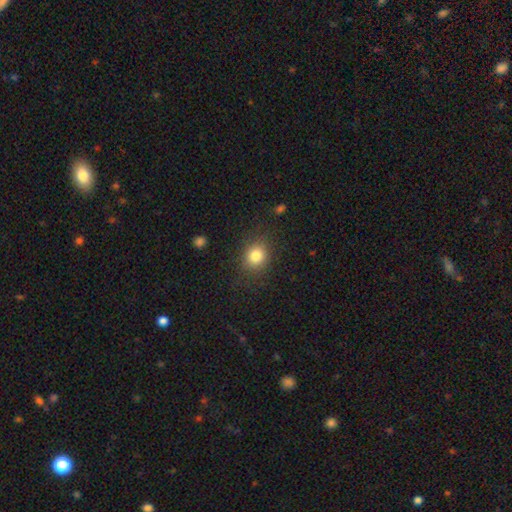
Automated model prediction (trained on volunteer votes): smooth_or_featured: smooth (p=0.82) [alt: star or artifact p=0.11]
how_rounded: round (p=0.67) [alt: in between p=0.32]
merging: none (p=0.83) [alt: minor disturbance p=0.11]